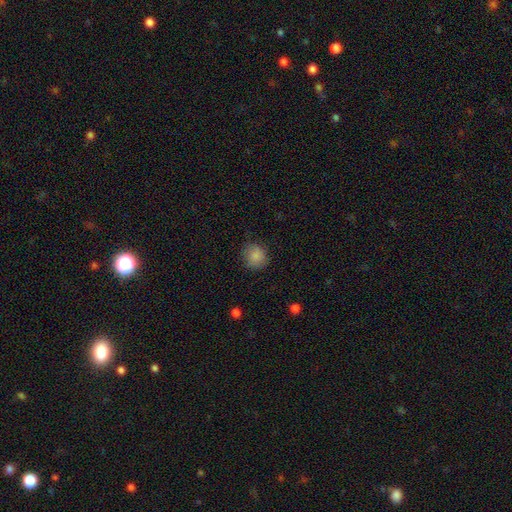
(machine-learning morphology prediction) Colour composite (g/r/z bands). It shows a smooth galaxy with no disk features (87%) that is round (82%). Merging: none (79%).